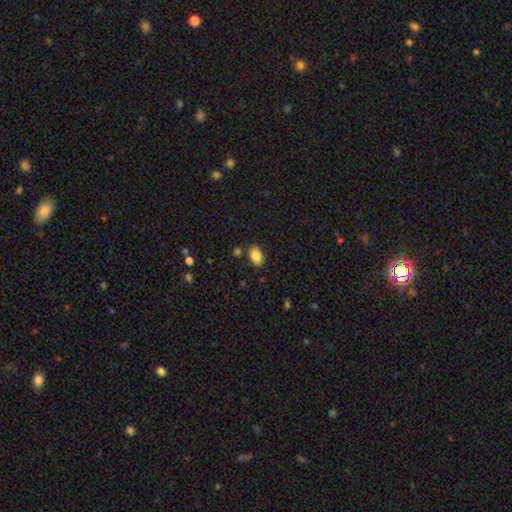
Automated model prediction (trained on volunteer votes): Overall: smooth (87%). How rounded: in between (87%). Merging: none (82%).